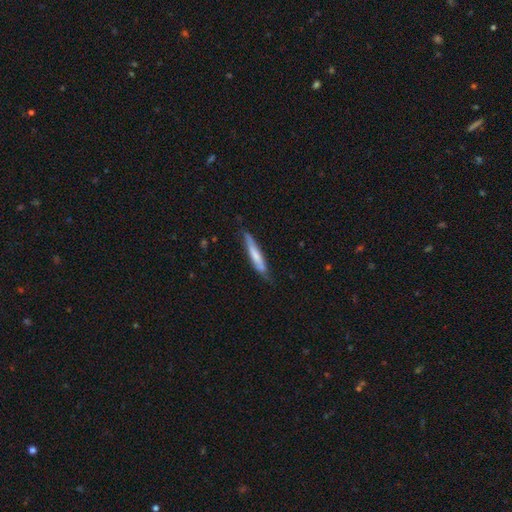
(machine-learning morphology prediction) Smooth or featured? Predicted: smooth (p=0.61). How rounded? Predicted: cigar-shaped (p=0.91). Merging? Predicted: none (p=0.69).